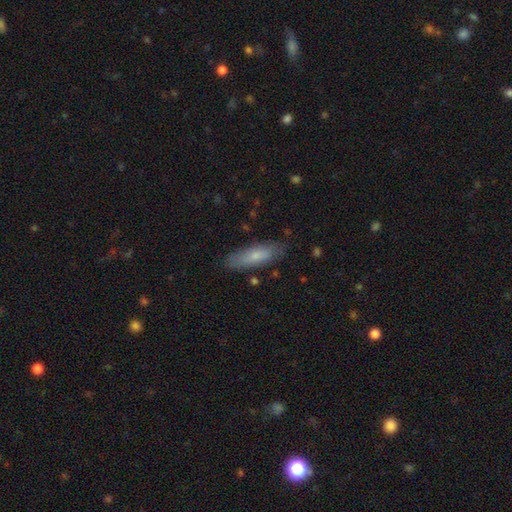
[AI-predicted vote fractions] smooth 71%, featured or disk 22%, star or artifact 6%. Down the decision tree: how rounded — cigar-shaped (56%); merging — none (81%).